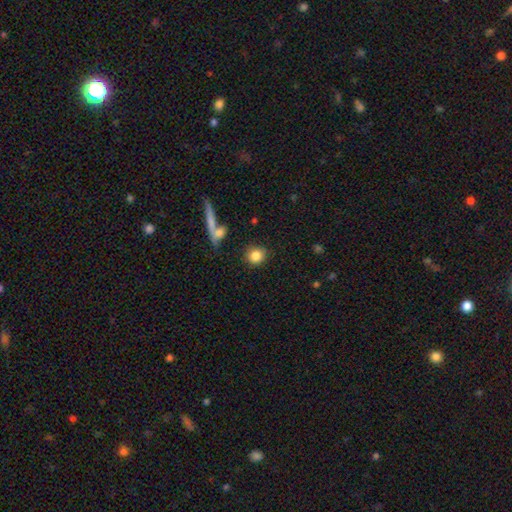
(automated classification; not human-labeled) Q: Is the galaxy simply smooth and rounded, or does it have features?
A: smooth — 84%.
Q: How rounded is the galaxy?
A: round — 86%.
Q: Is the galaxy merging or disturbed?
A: none — 83%.